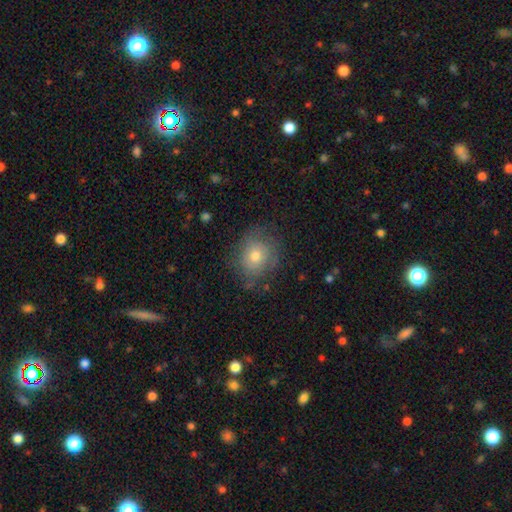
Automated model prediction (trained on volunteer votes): Smooth or featured?
  - smooth: 64% *
  - featured or disk: 26%
  - star or artifact: 10%
How rounded?
  - round: 76% *
  - in between: 23%
  - cigar-shaped: 1%
Merging?
  - none: 73% *
  - minor disturbance: 19%
  - major disturbance: 8%
  - merger: 1%